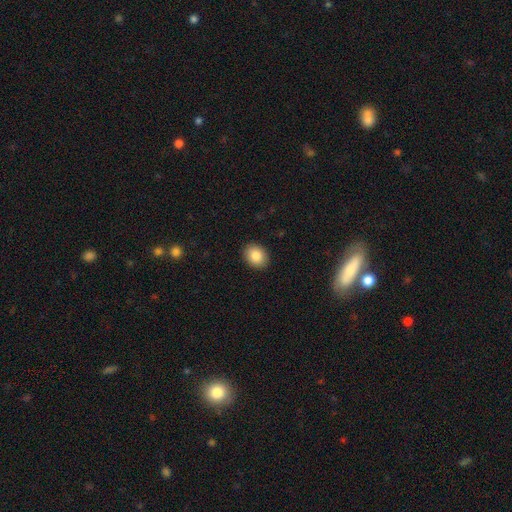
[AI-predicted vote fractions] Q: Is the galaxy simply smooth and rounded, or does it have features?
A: smooth — 85%.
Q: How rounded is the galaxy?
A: in between — 53%.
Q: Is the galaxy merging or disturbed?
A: none — 91%.